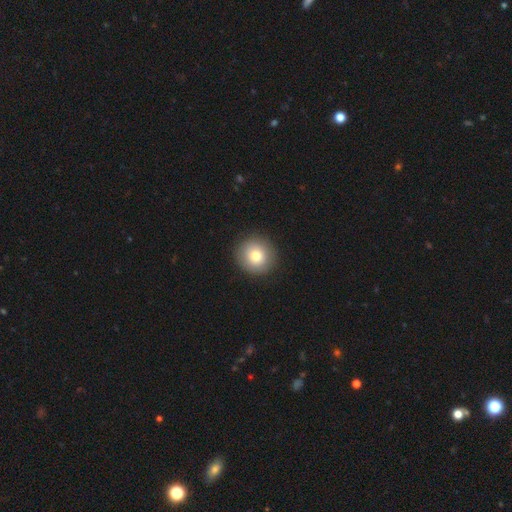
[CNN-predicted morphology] A smooth galaxy with no disk features (78%) that is round (94%).

Vote fractions:
- Smooth or featured? smooth: 78% / featured or disk: 13% / star or artifact: 10%
- How rounded? round: 94% / in between: 6% / cigar-shaped: 1%
- Merging? none: 91% / minor disturbance: 6% / major disturbance: 2% / merger: 1%